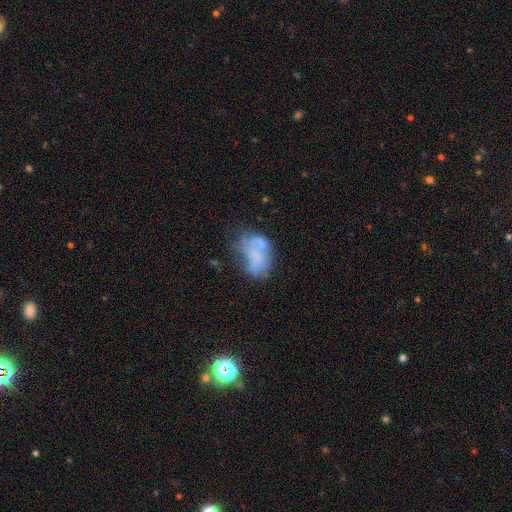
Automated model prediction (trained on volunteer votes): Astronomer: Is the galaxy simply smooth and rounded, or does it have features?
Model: featured or disk — 49% (runner-up: smooth, 39%).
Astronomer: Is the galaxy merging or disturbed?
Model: none — 31% (runner-up: major disturbance, 28%).